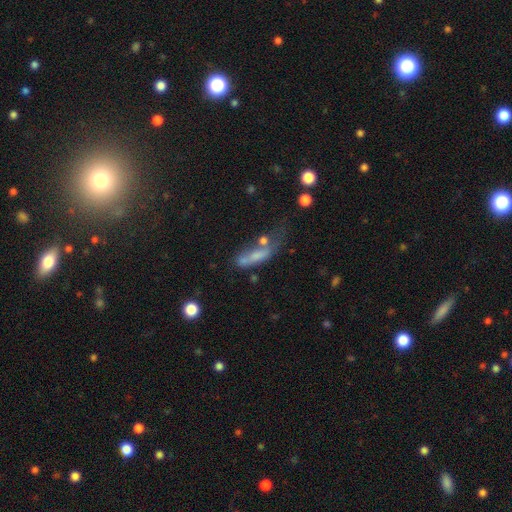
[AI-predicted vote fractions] The model was most divided on "merging": none: 29%, major disturbance: 28%, merger: 23%, minor disturbance: 21%. More confident: smooth or featured — smooth (58%); how rounded — cigar-shaped (57%).